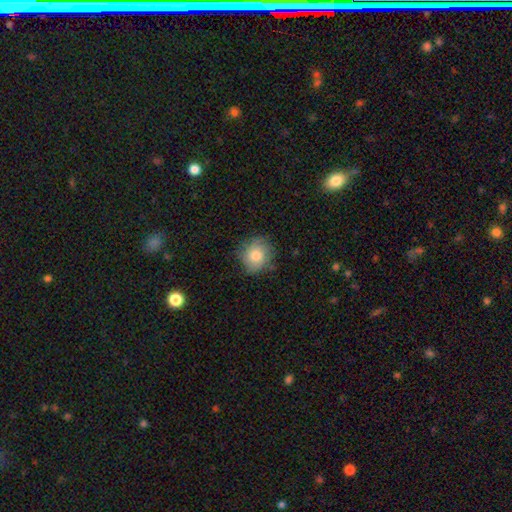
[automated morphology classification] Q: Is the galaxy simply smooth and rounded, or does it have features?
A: smooth — 76%.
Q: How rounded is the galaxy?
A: round — 83%.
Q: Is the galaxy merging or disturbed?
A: none — 76%.